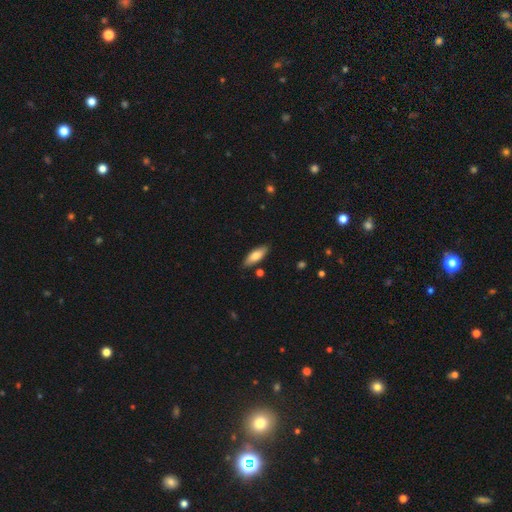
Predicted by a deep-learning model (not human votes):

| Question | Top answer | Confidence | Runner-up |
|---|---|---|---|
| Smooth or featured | smooth | 78% | featured or disk (16%) |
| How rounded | in between | 64% | cigar-shaped (35%) |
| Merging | none | 85% | minor disturbance (11%) |